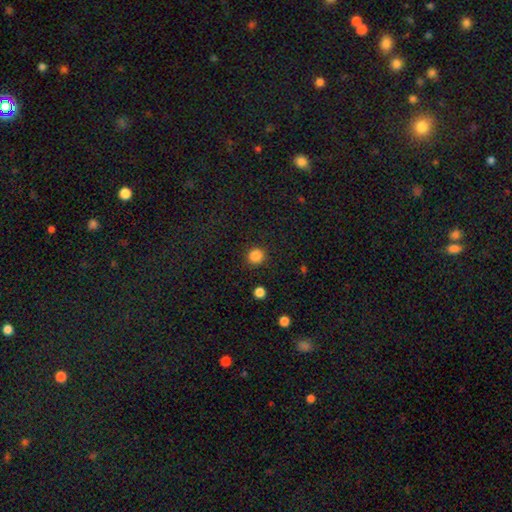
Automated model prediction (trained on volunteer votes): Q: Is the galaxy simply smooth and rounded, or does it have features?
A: smooth — 86%.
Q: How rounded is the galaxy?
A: round — 93%.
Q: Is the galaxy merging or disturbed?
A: none — 91%.